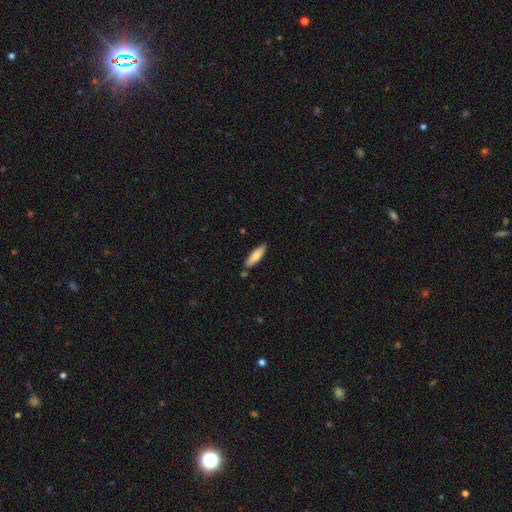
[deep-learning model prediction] This appears to be a smooth galaxy with no disk features (81%) that is cigar-shaped (61%). Merging: none (83%).